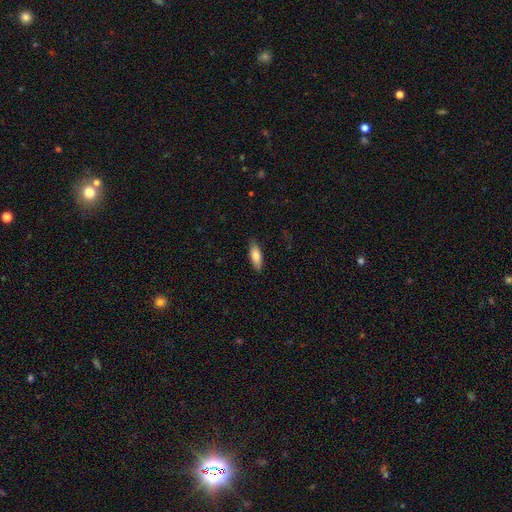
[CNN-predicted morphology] This is clearly a smooth galaxy (81%). How rounded: likely in between (68%). Merging: clearly none (83%).